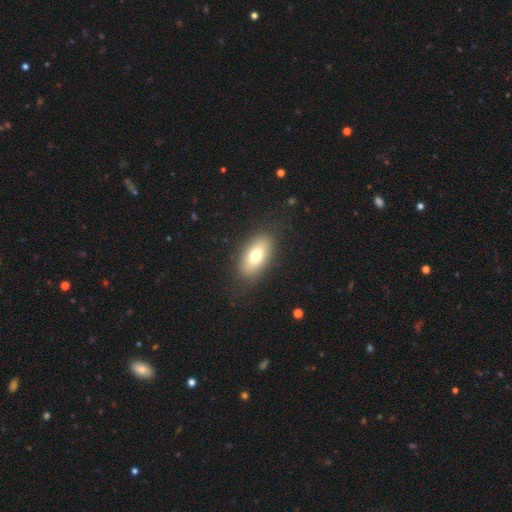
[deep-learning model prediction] Morphology: type=smooth (73%); roundness=in between (89%); merging=none (84%).